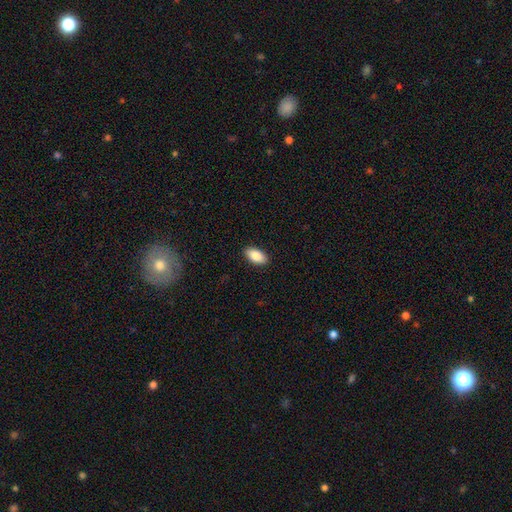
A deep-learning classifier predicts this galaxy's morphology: The model was most divided on "smooth or featured": smooth: 87%, star or artifact: 7%, featured or disk: 6%. More confident: how rounded — in between (94%); merging — none (90%).